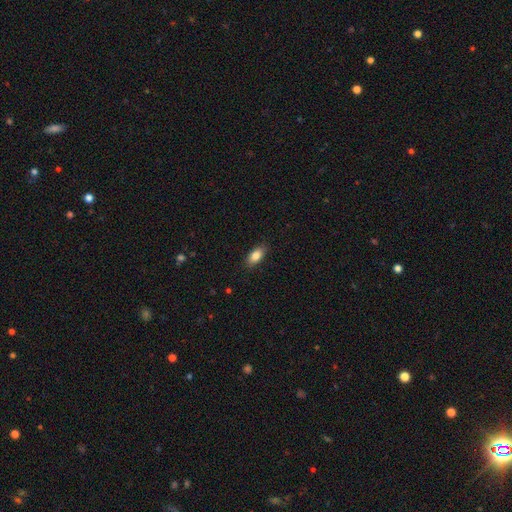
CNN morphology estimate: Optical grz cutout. It shows a smooth galaxy with no disk features (86%) that is in between round and cigar-shaped (89%). Merging: none (85%).